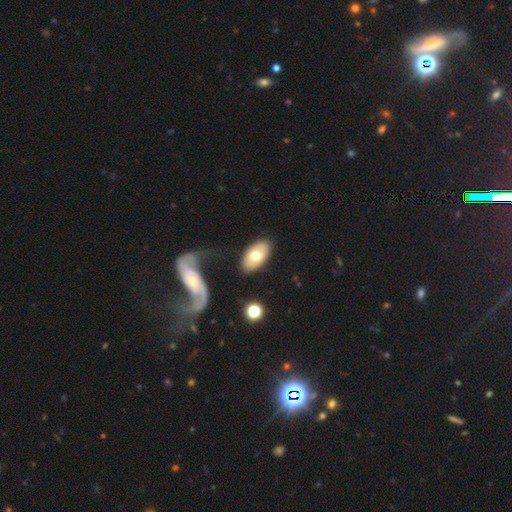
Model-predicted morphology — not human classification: smooth 62%, featured or disk 32%, star or artifact 6%. Down the decision tree: how rounded — in between (94%); merging — none (79%).